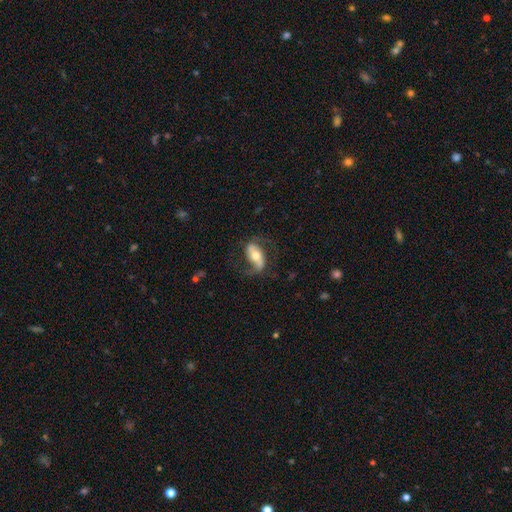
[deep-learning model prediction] A featured or disk galaxy (66%) with a strong bar (42%), 2 (87%) loose (52%) spiral arms (85%) and a moderate central bulge (68%). Merging: none (67%).